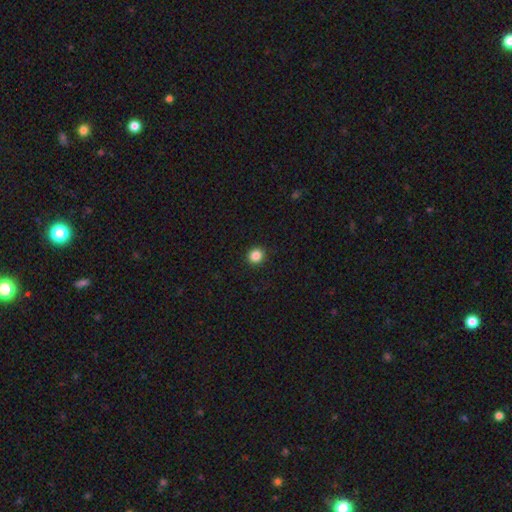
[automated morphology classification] A smooth galaxy with no disk features (85%) that is round (88%). Merging: none (93%).